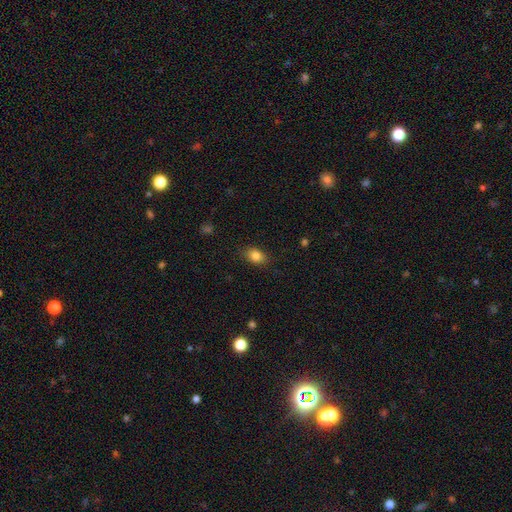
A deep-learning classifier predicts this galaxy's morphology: Smooth or featured? Predicted: smooth (p=0.84). How rounded? Predicted: in between (p=0.74). Merging? Predicted: none (p=0.83).